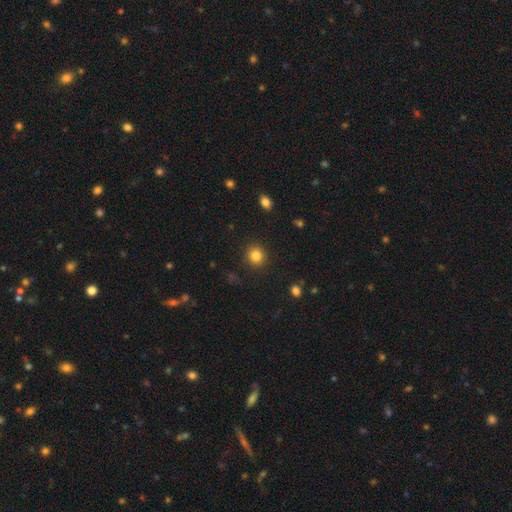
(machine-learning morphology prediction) Smooth or featured? Predicted: smooth (p=0.84). How rounded? Predicted: round (p=0.88). Merging? Predicted: none (p=0.90).